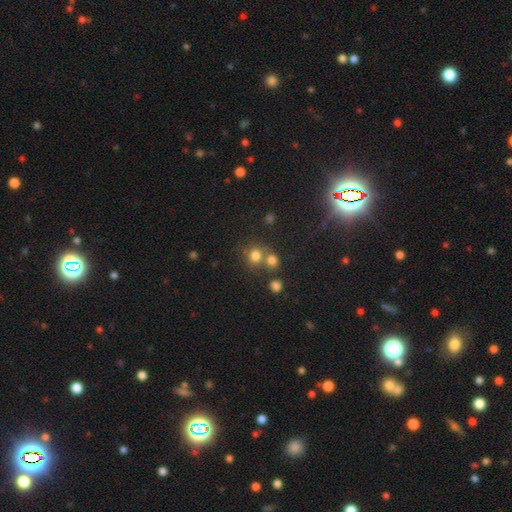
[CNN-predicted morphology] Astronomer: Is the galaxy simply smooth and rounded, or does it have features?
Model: smooth — 75%.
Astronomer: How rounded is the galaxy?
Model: round — 84%.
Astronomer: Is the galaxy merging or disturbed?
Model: none — 54% (runner-up: merger, 32%).